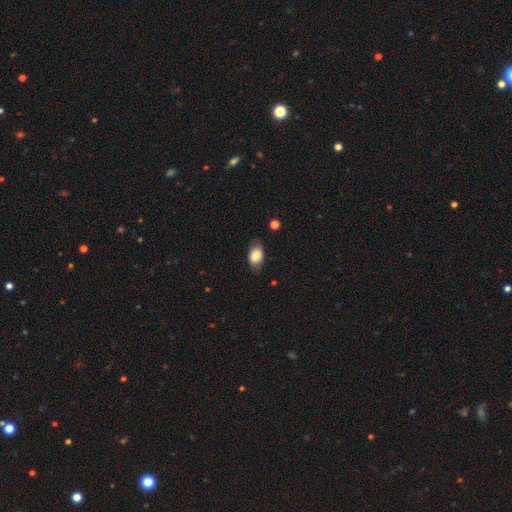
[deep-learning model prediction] Smooth or featured? smooth (85%)
How rounded? in between (84%)
Merging? none (76%)